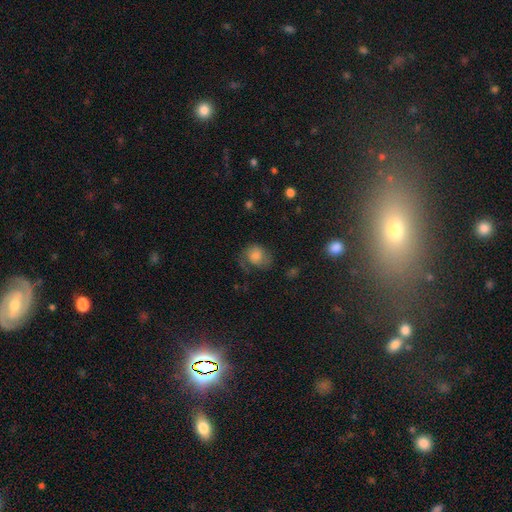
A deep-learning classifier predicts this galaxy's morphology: Smooth or featured? smooth (56%)
How rounded? round (59%)
Merging? none (43%)